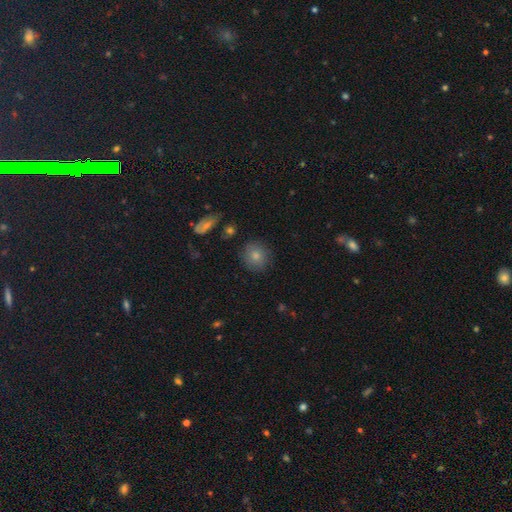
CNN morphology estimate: Smooth or featured: smooth — 79% (featured or disk — 11%)
How rounded: round — 88% (in between — 11%)
Merging: none — 84% (minor disturbance — 11%)